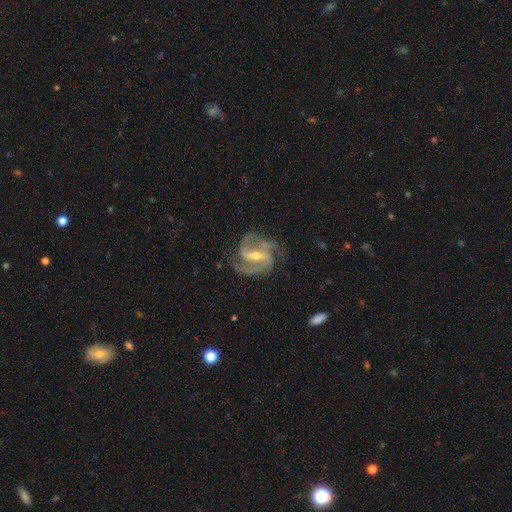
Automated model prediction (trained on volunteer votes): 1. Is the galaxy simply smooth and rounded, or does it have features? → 93% featured or disk, 4% star or artifact, 3% smooth.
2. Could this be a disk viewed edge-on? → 98% no, 2% yes.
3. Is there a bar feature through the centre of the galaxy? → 52% strong, 35% weak, 13% no.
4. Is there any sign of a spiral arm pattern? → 98% yes, 2% no.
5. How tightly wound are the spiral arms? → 59% medium, 28% tight, 13% loose.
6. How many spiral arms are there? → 57% 2, 31% 3, 4% can't tell, 3% 4, 3% 1, 2% more than 4.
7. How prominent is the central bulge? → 52% small, 45% moderate, 1% large, 1% none, 1% dominant.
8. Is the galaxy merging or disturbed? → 75% none, 17% minor disturbance, 7% major disturbance, 2% merger.